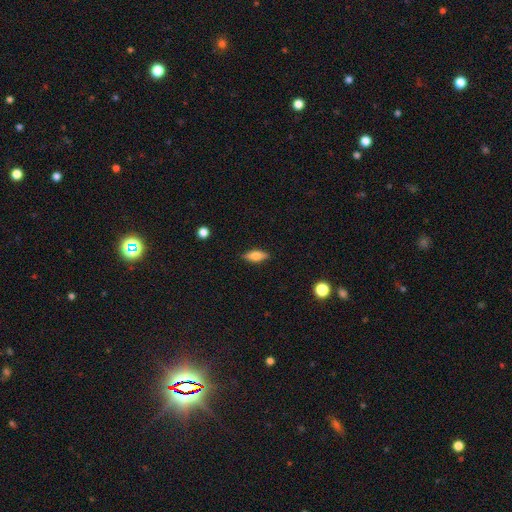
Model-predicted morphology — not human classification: smooth-or-featured: smooth: 61% | featured or disk: 32% | star or artifact: 7%
  how-rounded: in between: 66% | cigar-shaped: 31% | round: 4%
  merging: none: 87% | minor disturbance: 9% | major disturbance: 2% | merger: 1%